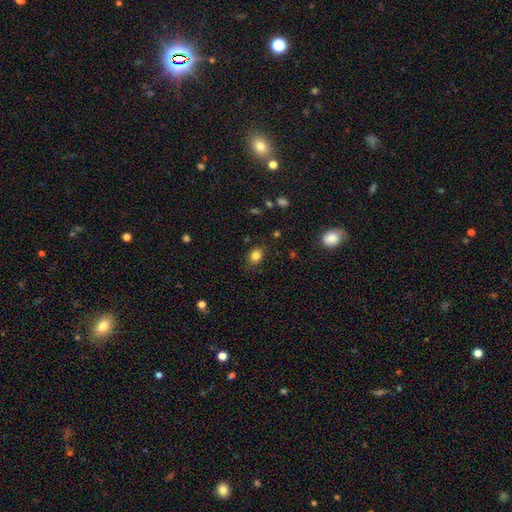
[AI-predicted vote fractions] The model was most divided on "how rounded": in between: 56%, round: 43%, cigar-shaped: 1%. More confident: smooth or featured — smooth (83%); merging — none (81%).